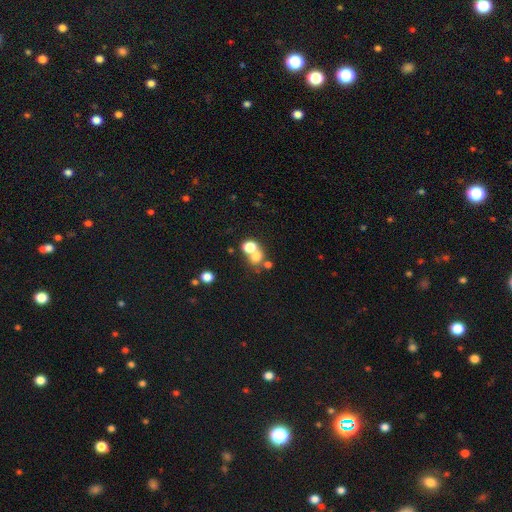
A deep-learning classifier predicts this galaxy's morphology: Smooth or featured: smooth — 69% (star or artifact — 17%)
How rounded: round — 67% (in between — 32%)
Merging: merger — 50% (none — 38%)